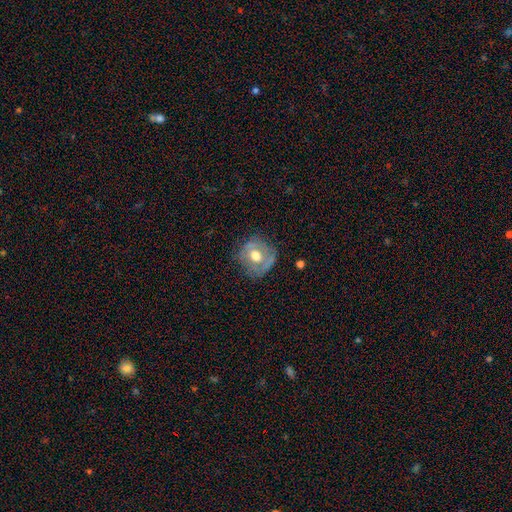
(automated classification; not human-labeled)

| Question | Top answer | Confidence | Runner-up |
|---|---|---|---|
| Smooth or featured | featured or disk | 50% | smooth (42%) |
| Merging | none | 67% | minor disturbance (22%) |